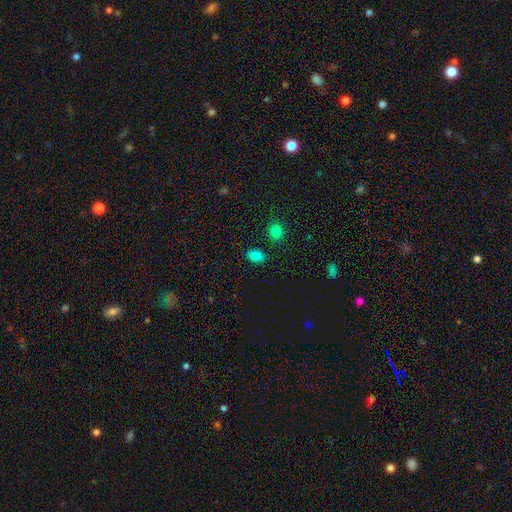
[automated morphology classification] Smooth or featured?
  - smooth: 84% *
  - star or artifact: 12%
  - featured or disk: 4%
How rounded?
  - in between: 81% *
  - round: 18%
  - cigar-shaped: 1%
Merging?
  - none: 85% *
  - minor disturbance: 9%
  - merger: 4%
  - major disturbance: 3%